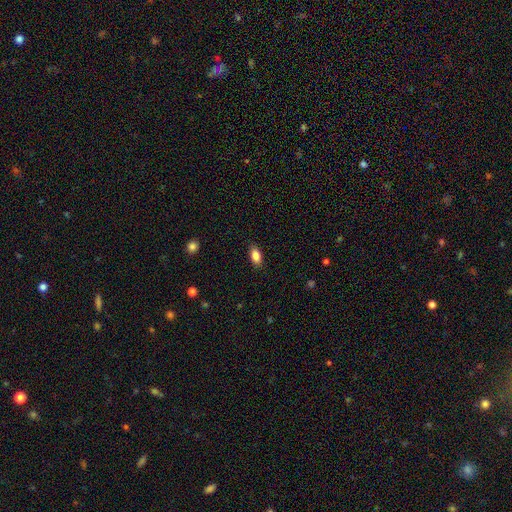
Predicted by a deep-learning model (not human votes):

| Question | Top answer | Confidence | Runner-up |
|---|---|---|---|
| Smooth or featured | smooth | 86% | star or artifact (8%) |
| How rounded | in between | 90% | round (6%) |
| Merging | none | 87% | minor disturbance (10%) |